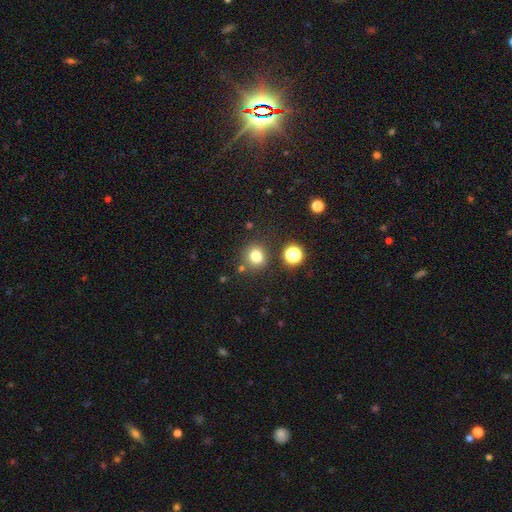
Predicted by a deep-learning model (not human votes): This is likely a smooth galaxy (78%). How rounded: likely round (80%). Merging: likely none (76%).